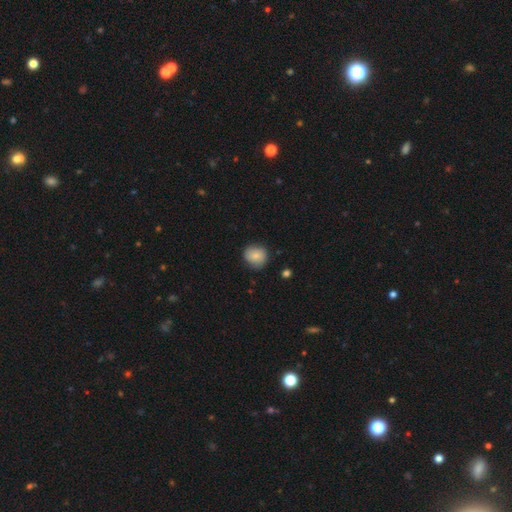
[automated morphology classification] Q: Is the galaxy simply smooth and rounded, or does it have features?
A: smooth — 77%.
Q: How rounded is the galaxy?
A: round — 82%.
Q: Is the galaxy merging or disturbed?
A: none — 79%.